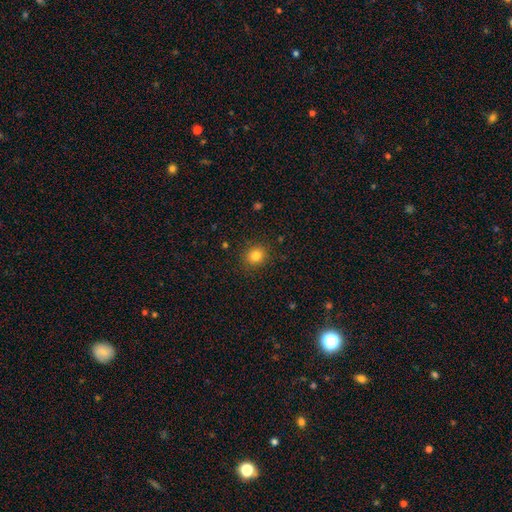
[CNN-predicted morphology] A smooth galaxy with no disk features (82%) that is round (84%). Merging: none (89%).